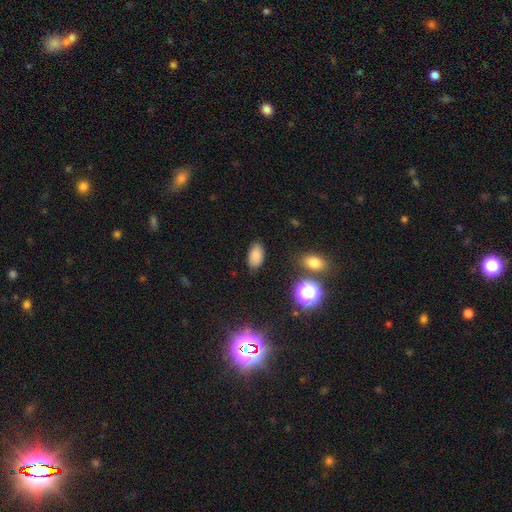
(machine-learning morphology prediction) A smooth galaxy with no disk features (82%) that is in between round and cigar-shaped (92%). Merging: none (82%).